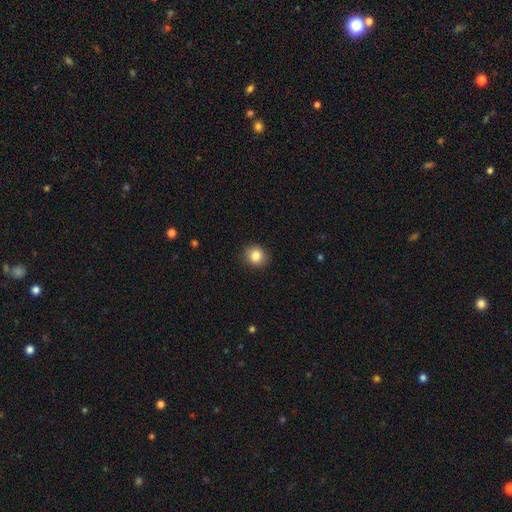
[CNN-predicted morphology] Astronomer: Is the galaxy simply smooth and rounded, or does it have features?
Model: smooth — 86%.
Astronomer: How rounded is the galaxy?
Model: round — 85%.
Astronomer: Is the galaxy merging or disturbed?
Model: none — 88%.